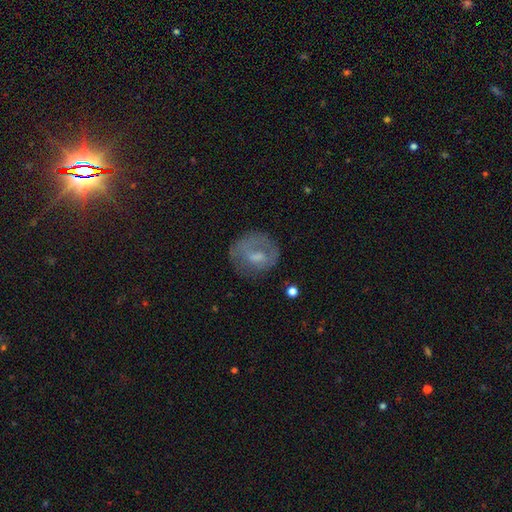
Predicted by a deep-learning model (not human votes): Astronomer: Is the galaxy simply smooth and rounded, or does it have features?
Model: smooth — 48% (runner-up: featured or disk, 41%).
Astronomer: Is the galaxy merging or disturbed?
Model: none — 56%.